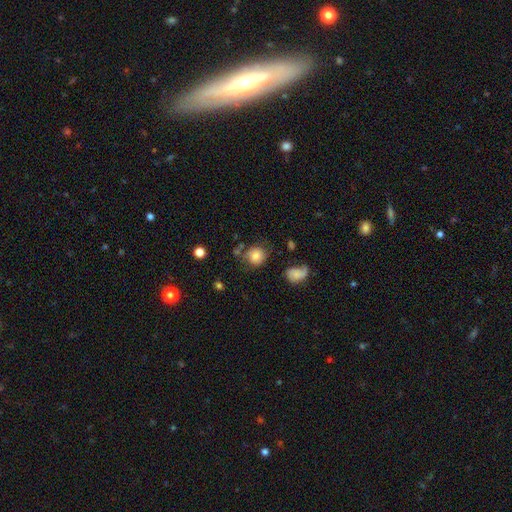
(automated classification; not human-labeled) Q: Smooth or featured?
A: smooth (72%); runner-up: featured or disk (17%)
Q: How rounded?
A: round (78%); runner-up: in between (21%)
Q: Merging?
A: none (59%); runner-up: minor disturbance (22%)